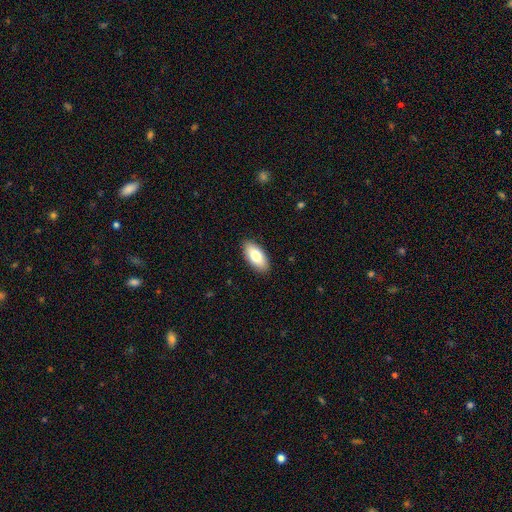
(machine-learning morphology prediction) smooth-or-featured: smooth: 79% | featured or disk: 15% | star or artifact: 6%
  how-rounded: in between: 91% | cigar-shaped: 6% | round: 2%
  merging: none: 89% | minor disturbance: 8% | major disturbance: 2% | merger: 1%